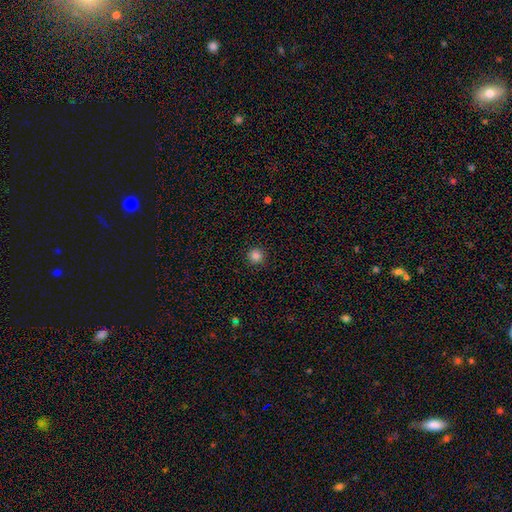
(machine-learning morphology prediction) type=smooth (85%); roundness=round (96%); merging=none (93%).